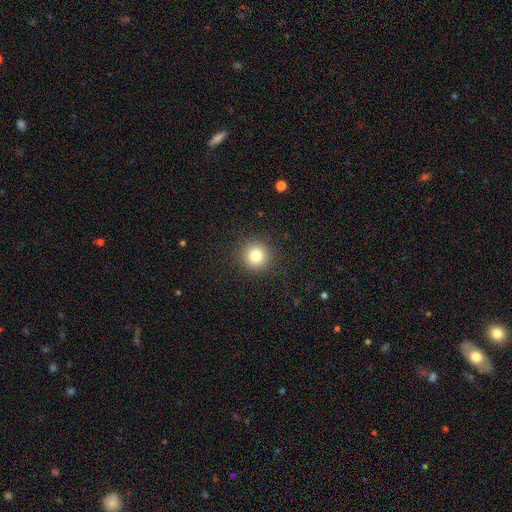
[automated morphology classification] This is clearly a smooth galaxy (81%). How rounded: clearly round (95%). Merging: clearly none (91%).